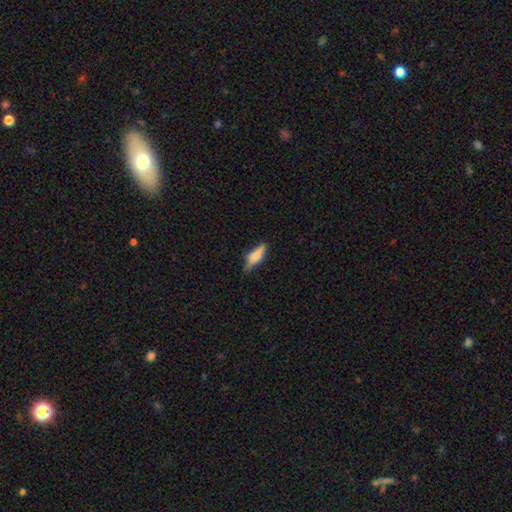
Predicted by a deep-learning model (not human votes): The model was most divided on "how rounded": cigar-shaped: 54%, in between: 43%, round: 3%. More confident: merging — none (64%); smooth or featured — smooth (63%).